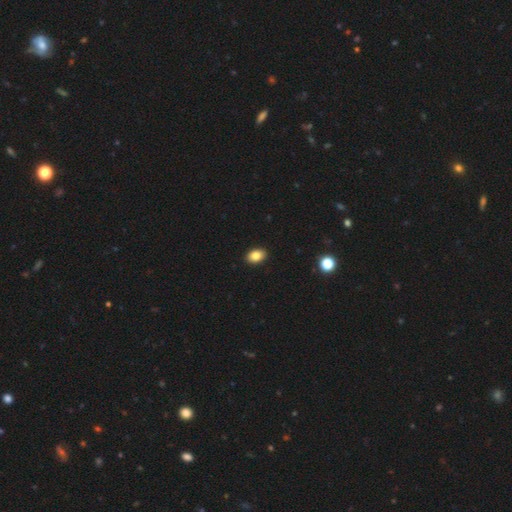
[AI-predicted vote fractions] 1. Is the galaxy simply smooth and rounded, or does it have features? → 84% smooth, 9% star or artifact, 6% featured or disk.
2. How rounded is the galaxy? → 79% in between, 19% round, 1% cigar-shaped.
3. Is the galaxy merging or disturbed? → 91% none, 6% minor disturbance, 2% major disturbance, 1% merger.